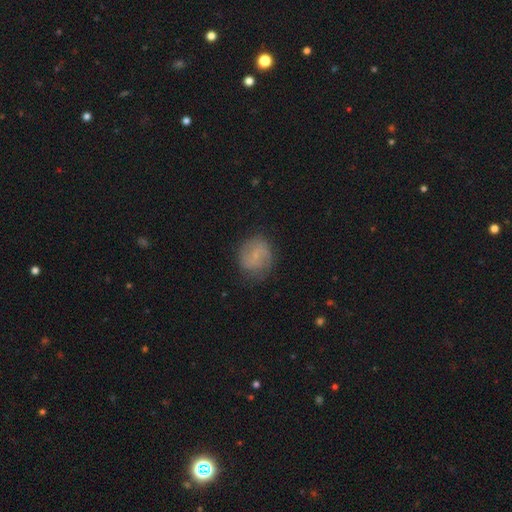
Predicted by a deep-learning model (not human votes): smooth 48%, featured or disk 43%, star or artifact 10%. Down the decision tree: merging — none (73%).